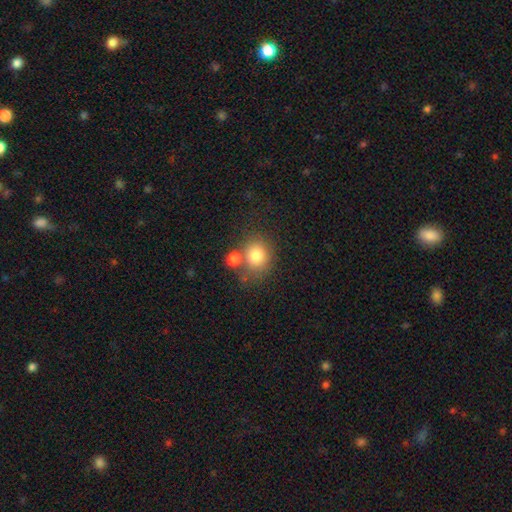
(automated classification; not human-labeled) Smooth or featured? Predicted: smooth (p=0.81). How rounded? Predicted: round (p=0.75). Merging? Predicted: none (p=0.52).